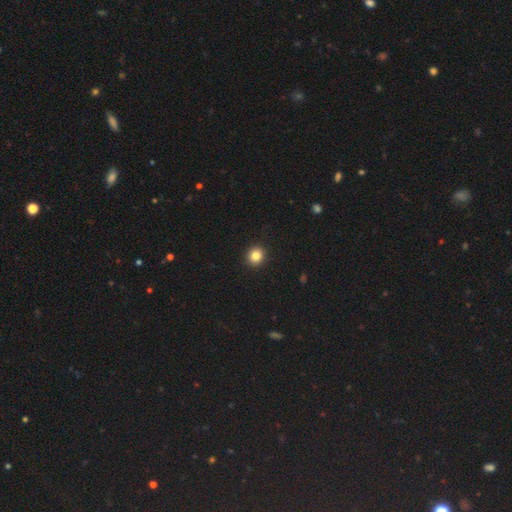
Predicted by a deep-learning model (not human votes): Smooth or featured?
  - smooth: 84% *
  - star or artifact: 11%
  - featured or disk: 5%
How rounded?
  - round: 88% *
  - in between: 11%
  - cigar-shaped: 1%
Merging?
  - none: 93% *
  - minor disturbance: 5%
  - major disturbance: 1%
  - merger: 1%